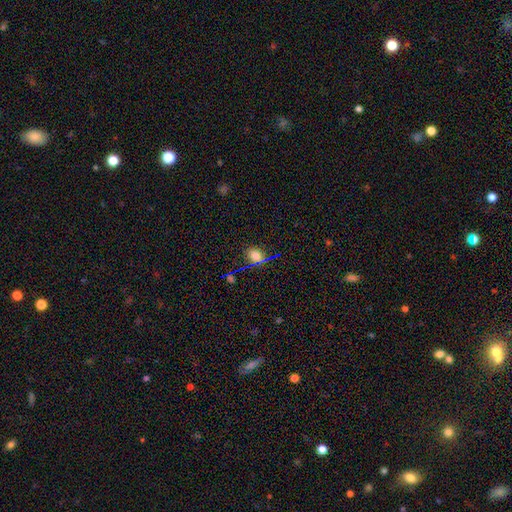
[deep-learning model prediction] smooth-or-featured: smooth: 61% | star or artifact: 31% | featured or disk: 9%
  how-rounded: round: 63% | in between: 35% | cigar-shaped: 3%
  merging: none: 81% | minor disturbance: 11% | major disturbance: 5% | merger: 3%